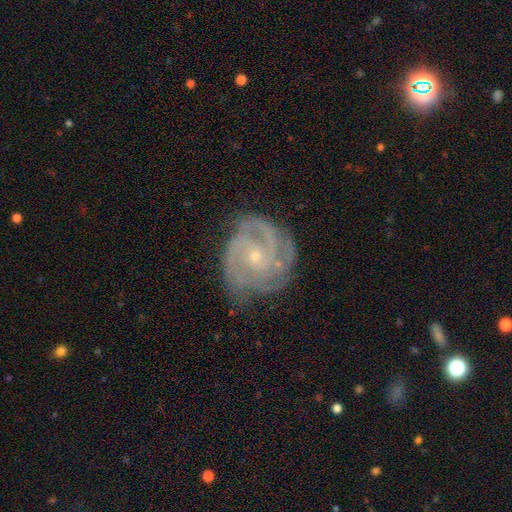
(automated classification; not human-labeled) A featured or disk galaxy (89%) with no bar (70%), 3 (39%) tight (64%) spiral arms (98%) and a small central bulge (81%).

Vote fractions:
- Smooth or featured? featured or disk: 89% / star or artifact: 6% / smooth: 6%
- Edge-on disk? no: 98% / yes: 2%
- Bar? no: 70% / weak: 24% / strong: 6%
- Spiral arms? yes: 98% / no: 2%
- Spiral winding? tight: 64% / medium: 32% / loose: 5%
- Spiral arm count? 3: 39% / 2: 20% / can't tell: 15% / 4: 14% / more than 4: 6% / 1: 6%
- Bulge size? small: 81% / moderate: 15% / none: 1% / large: 1% / dominant: 1%
- Merging? none: 70% / minor disturbance: 21% / major disturbance: 8% / merger: 2%